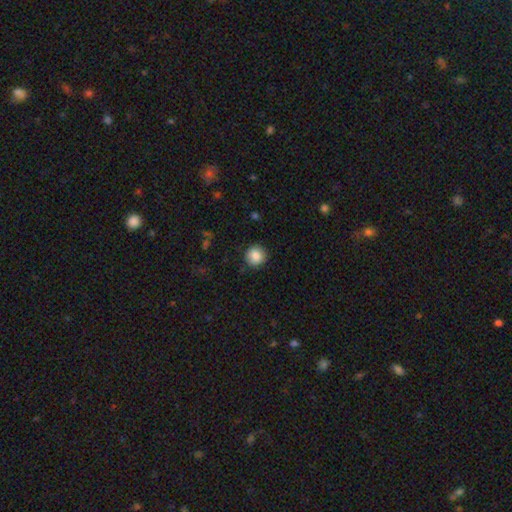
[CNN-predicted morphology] A smooth galaxy with no disk features (86%) that is round (93%). Merging: none (89%).